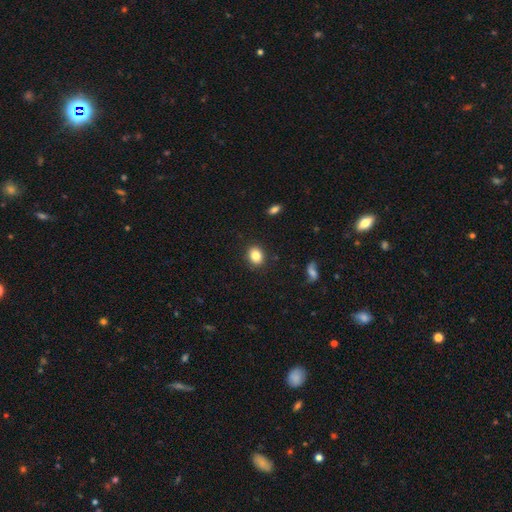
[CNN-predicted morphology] Smooth or featured? smooth (84%)
How rounded? round (53%)
Merging? none (89%)